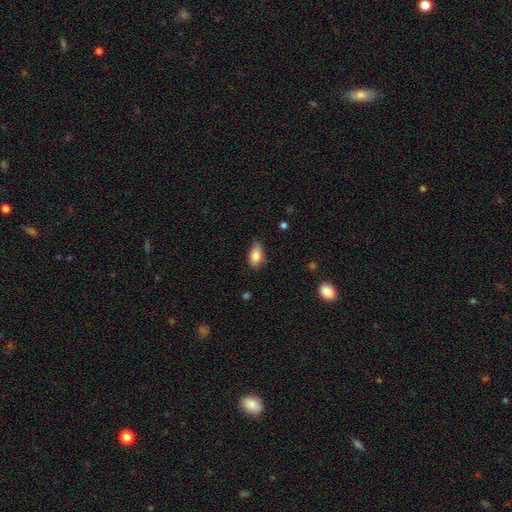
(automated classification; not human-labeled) A smooth galaxy with no disk features (84%) that is in between round and cigar-shaped (90%). Merging: none (71%).